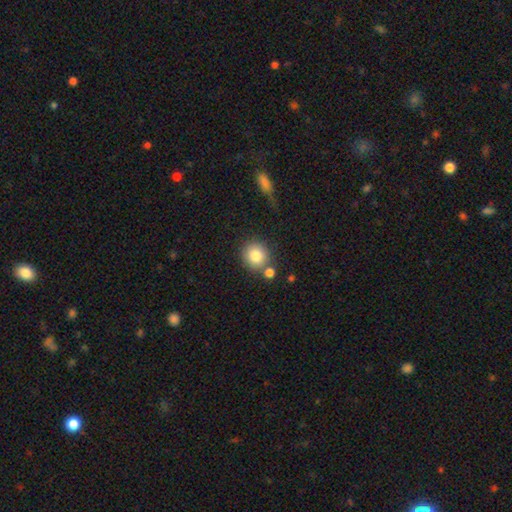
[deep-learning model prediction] Q: Smooth or featured?
A: smooth (83%); runner-up: star or artifact (9%)
Q: How rounded?
A: round (87%); runner-up: in between (12%)
Q: Merging?
A: none (70%); runner-up: merger (15%)